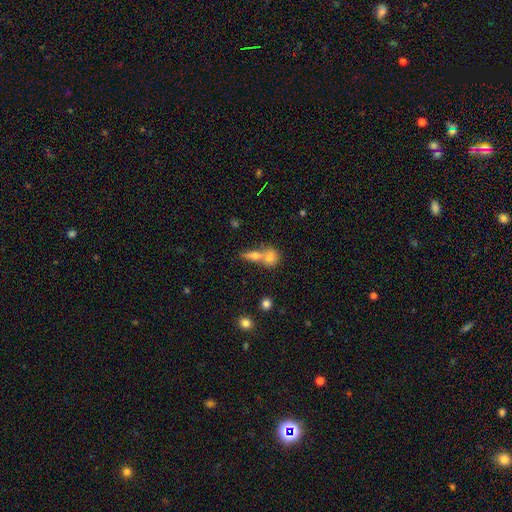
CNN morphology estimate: smooth_or_featured: smooth (p=0.63) [alt: featured or disk p=0.23]
how_rounded: in between (p=0.45) [alt: round p=0.40]
merging: merger (p=0.58) [alt: none p=0.32]